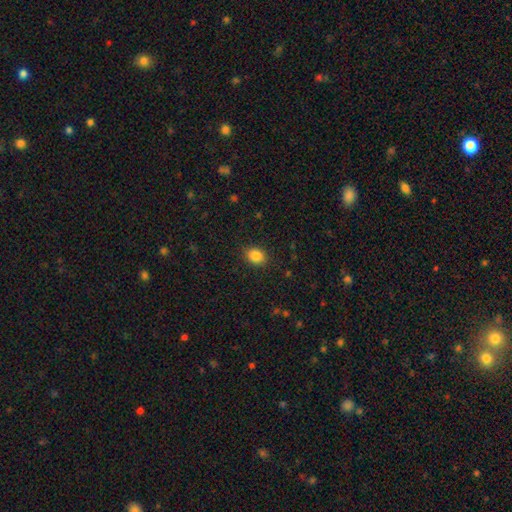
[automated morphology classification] Smooth or featured? smooth (86%)
How rounded? in between (54%)
Merging? none (87%)